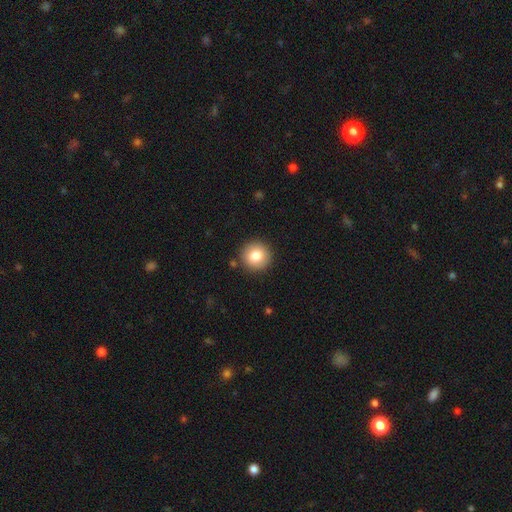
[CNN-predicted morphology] smooth 81%, featured or disk 10%, star or artifact 9%. Down the decision tree: how rounded — round (94%); merging — none (90%).